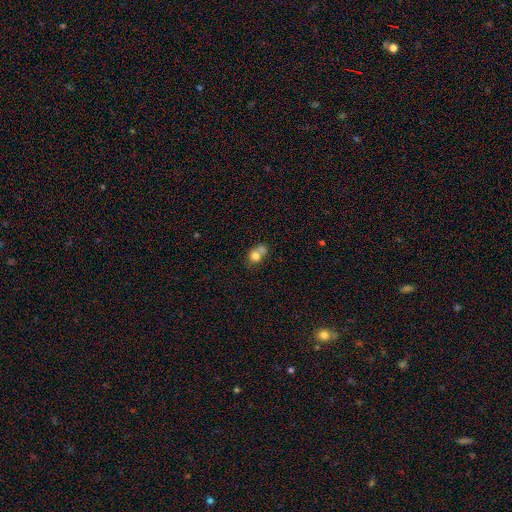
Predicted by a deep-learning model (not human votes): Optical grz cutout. It shows a smooth galaxy with no disk features (74%) that is round (58%). Merging: merger (54%).